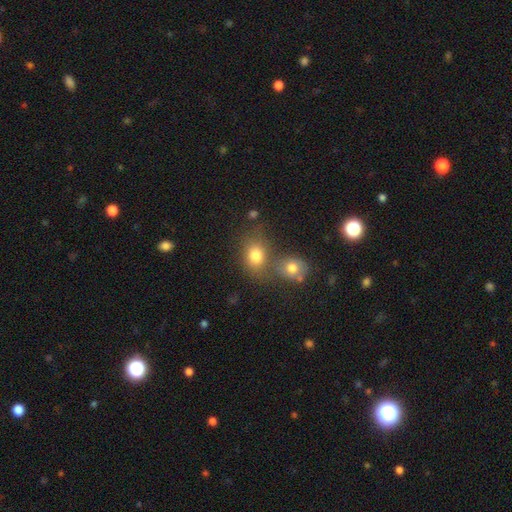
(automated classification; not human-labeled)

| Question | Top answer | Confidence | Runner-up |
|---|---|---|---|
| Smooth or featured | smooth | 78% | star or artifact (12%) |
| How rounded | in between | 51% | round (48%) |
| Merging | none | 46% | merger (38%) |